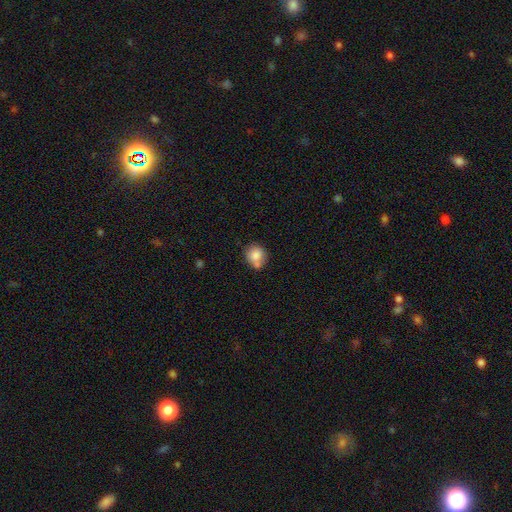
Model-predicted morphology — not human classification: This appears to be a smooth galaxy with no disk features (81%) that is round (82%). Merging: none (54%).